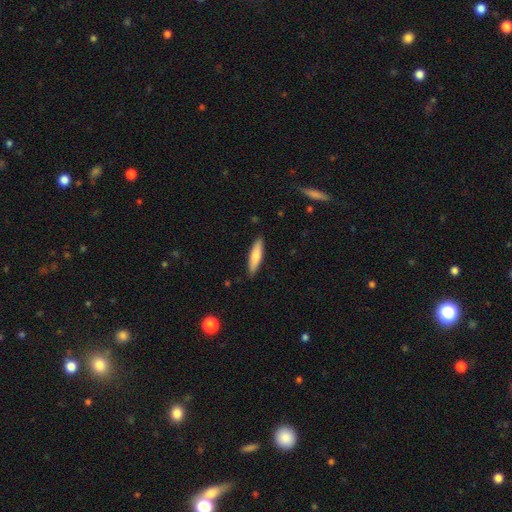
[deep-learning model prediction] Overall: smooth (77%). How rounded: cigar-shaped (74%). Merging: none (88%).